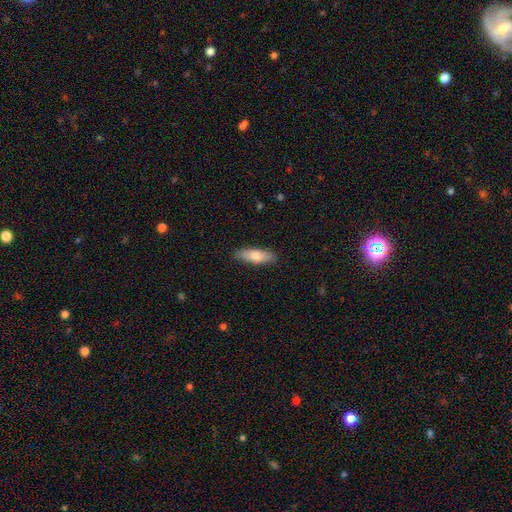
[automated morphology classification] Overall: smooth (75%). How rounded: in between (54%; cigar-shaped 44%). Merging: none (87%).